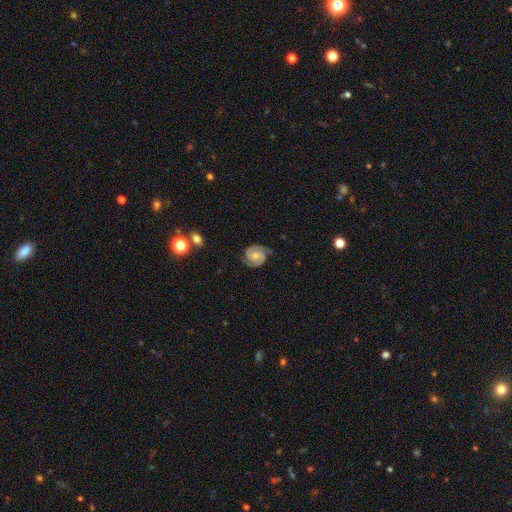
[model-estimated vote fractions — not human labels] Smooth or featured?
  - featured or disk: 85% *
  - smooth: 9%
  - star or artifact: 6%
Edge-on disk?
  - no: 98% *
  - yes: 2%
Bar?
  - no: 59% *
  - weak: 33%
  - strong: 8%
Spiral arms?
  - yes: 98% *
  - no: 2%
Spiral winding?
  - tight: 62% *
  - medium: 33%
  - loose: 5%
Spiral arm count?
  - 2: 90% *
  - can't tell: 3%
  - 3: 3%
  - 1: 1%
  - 4: 1%
  - more than 4: 1%
Bulge size?
  - moderate: 45% *
  - small: 40%
  - none: 10%
  - large: 4%
  - dominant: 1%
Merging?
  - none: 81% *
  - minor disturbance: 14%
  - major disturbance: 4%
  - merger: 1%